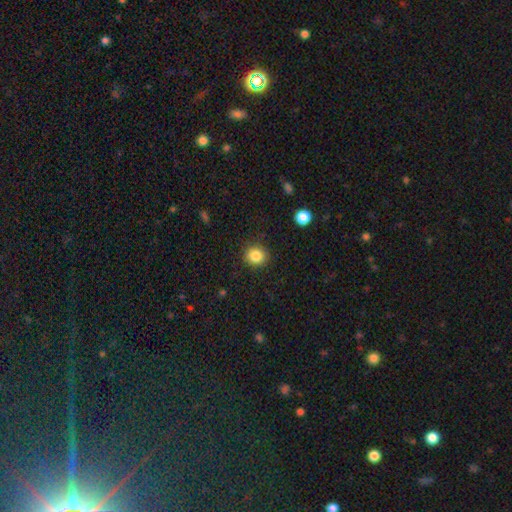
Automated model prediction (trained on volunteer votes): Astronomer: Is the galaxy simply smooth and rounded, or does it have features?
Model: smooth — 85%.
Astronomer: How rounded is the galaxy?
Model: round — 87%.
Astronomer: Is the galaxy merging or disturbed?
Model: none — 89%.